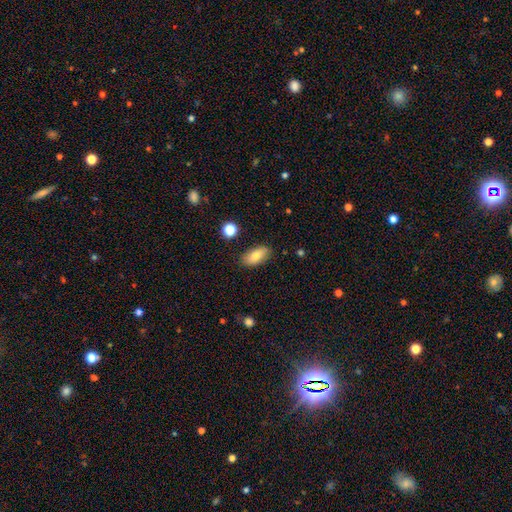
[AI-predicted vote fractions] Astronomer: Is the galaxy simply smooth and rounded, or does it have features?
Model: smooth — 78%.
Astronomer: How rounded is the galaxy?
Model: in between — 88%.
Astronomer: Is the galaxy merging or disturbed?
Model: none — 85%.